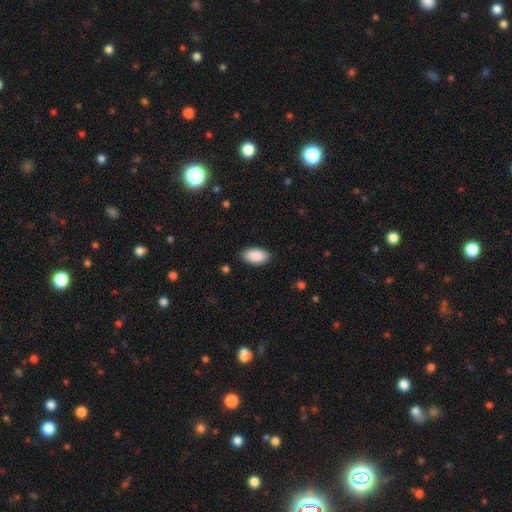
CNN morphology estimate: Smooth or featured?
  - smooth: 90% *
  - star or artifact: 6%
  - featured or disk: 4%
How rounded?
  - in between: 95% *
  - round: 3%
  - cigar-shaped: 2%
Merging?
  - none: 88% *
  - minor disturbance: 9%
  - major disturbance: 2%
  - merger: 1%